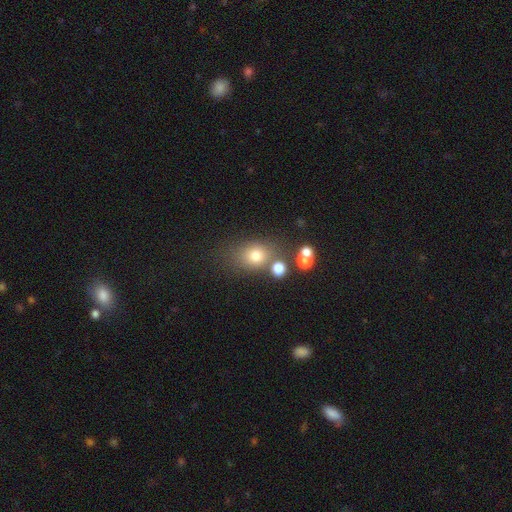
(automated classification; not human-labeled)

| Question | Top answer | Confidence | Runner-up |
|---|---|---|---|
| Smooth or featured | smooth | 73% | star or artifact (15%) |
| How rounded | round | 51% | in between (48%) |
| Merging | none | 63% | merger (15%) |